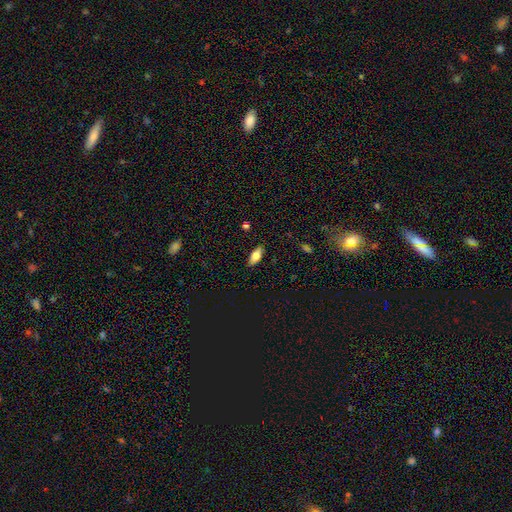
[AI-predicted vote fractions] This is likely a smooth galaxy (75%). How rounded: clearly in between (81%). Merging: clearly none (87%).